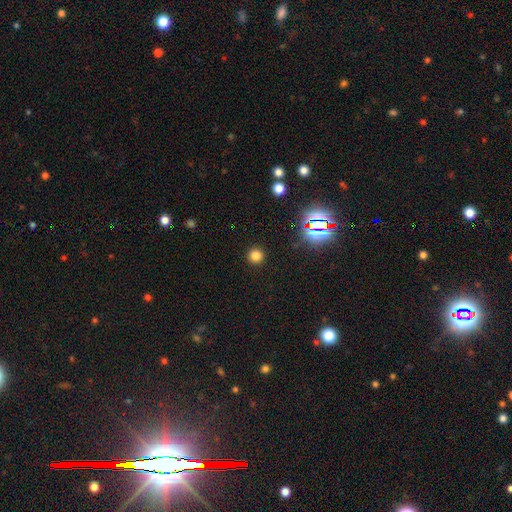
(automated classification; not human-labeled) This is likely a smooth galaxy (76%). How rounded: clearly round (95%). Merging: clearly none (92%).